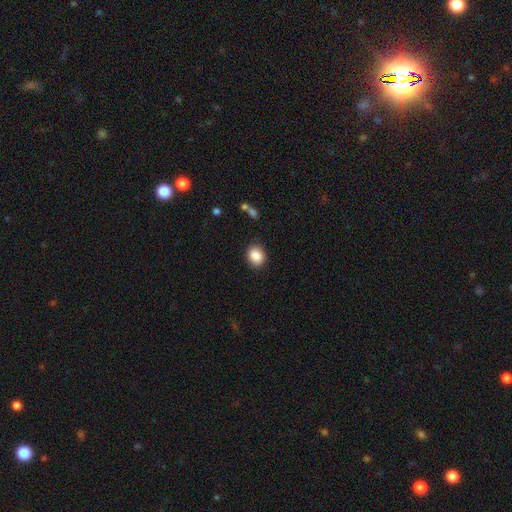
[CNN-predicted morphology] smooth-or-featured: smooth: 88% | star or artifact: 8% | featured or disk: 4%
  how-rounded: round: 60% | in between: 39% | cigar-shaped: 1%
  merging: none: 87% | minor disturbance: 9% | major disturbance: 2% | merger: 2%